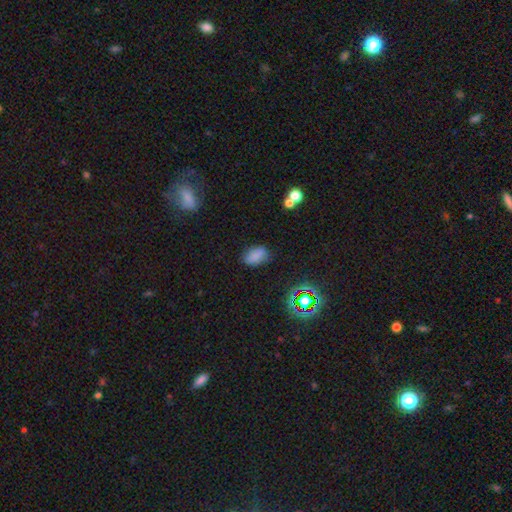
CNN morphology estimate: Overall: smooth (77%). How rounded: in between (89%). Merging: none (75%).